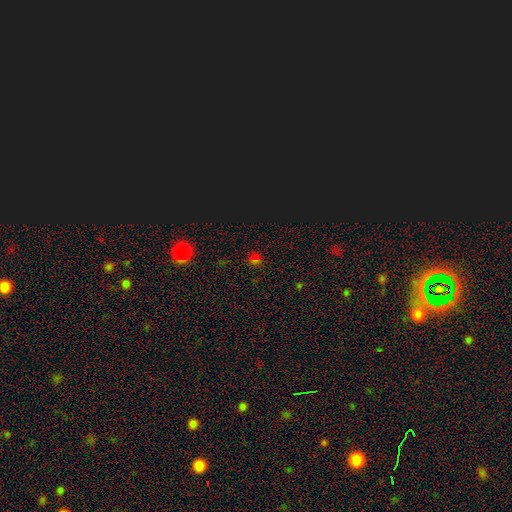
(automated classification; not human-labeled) Q: Smooth or featured?
A: star or artifact (52%); runner-up: smooth (41%)